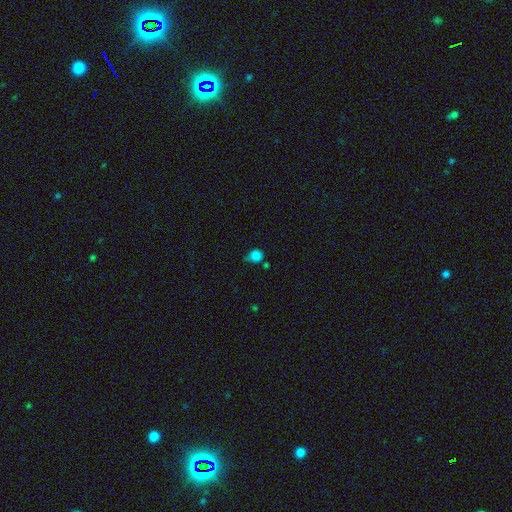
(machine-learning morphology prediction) Smooth or featured: smooth — 83% (star or artifact — 12%)
How rounded: round — 81% (in between — 18%)
Merging: none — 54% (minor disturbance — 30%)